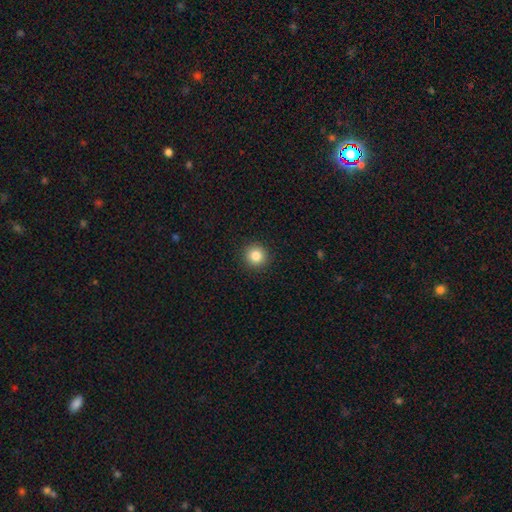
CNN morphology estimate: The model was most divided on "smooth or featured": smooth: 84%, star or artifact: 11%, featured or disk: 5%. More confident: how rounded — round (94%); merging — none (92%).